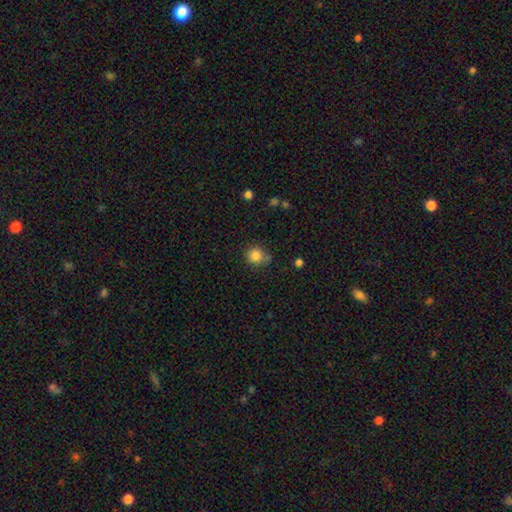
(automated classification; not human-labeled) Q: Smooth or featured?
A: smooth (83%); runner-up: star or artifact (11%)
Q: How rounded?
A: round (89%); runner-up: in between (10%)
Q: Merging?
A: none (68%); runner-up: minor disturbance (21%)